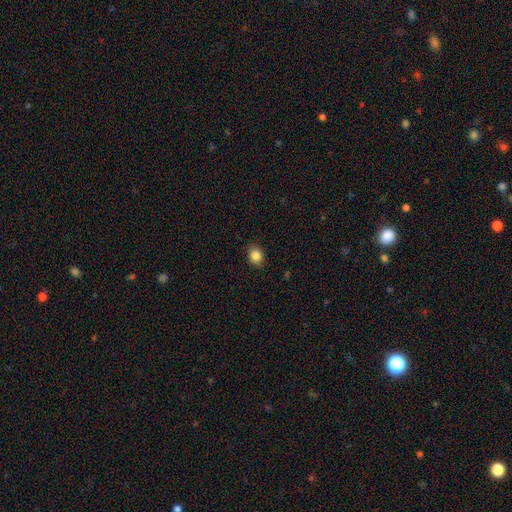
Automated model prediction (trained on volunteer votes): Smooth or featured?
  - smooth: 85% *
  - star or artifact: 10%
  - featured or disk: 5%
How rounded?
  - round: 50% *
  - in between: 49%
  - cigar-shaped: 1%
Merging?
  - none: 87% *
  - minor disturbance: 10%
  - major disturbance: 2%
  - merger: 1%